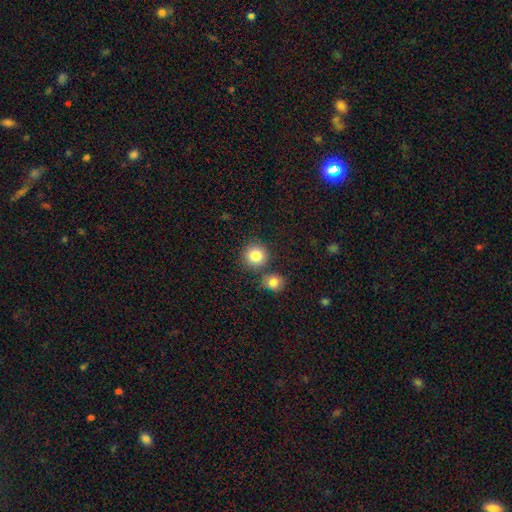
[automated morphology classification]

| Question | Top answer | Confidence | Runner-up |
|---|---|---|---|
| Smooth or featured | smooth | 84% | star or artifact (10%) |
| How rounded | round | 92% | in between (7%) |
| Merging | none | 77% | merger (13%) |